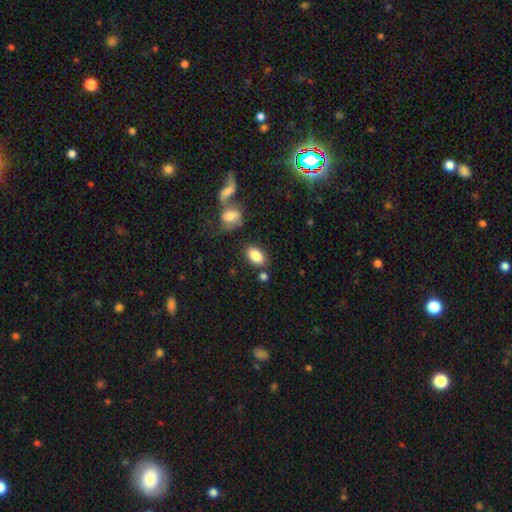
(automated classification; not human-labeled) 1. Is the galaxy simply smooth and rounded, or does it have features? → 84% smooth, 8% featured or disk, 8% star or artifact.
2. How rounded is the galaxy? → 91% in between, 7% round, 2% cigar-shaped.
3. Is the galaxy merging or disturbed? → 76% none, 12% minor disturbance, 8% merger, 4% major disturbance.